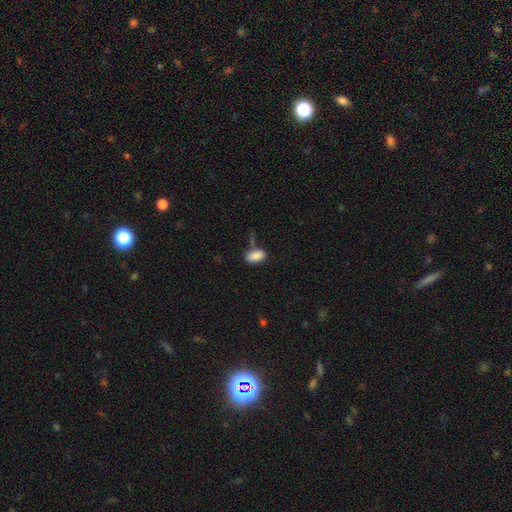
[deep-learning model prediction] Smooth or featured?
  - smooth: 88% *
  - star or artifact: 8%
  - featured or disk: 5%
How rounded?
  - in between: 92% *
  - round: 5%
  - cigar-shaped: 3%
Merging?
  - none: 65% *
  - minor disturbance: 19%
  - merger: 11%
  - major disturbance: 5%